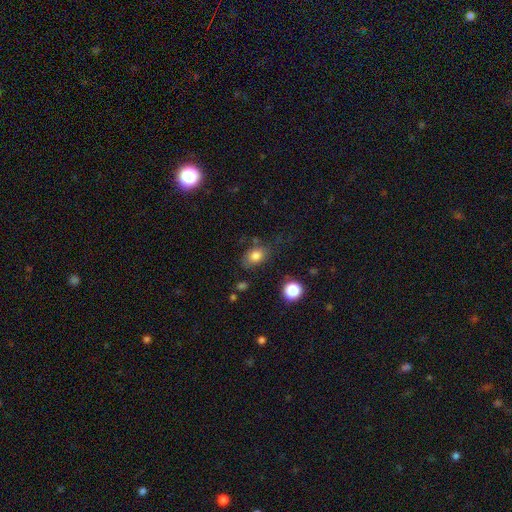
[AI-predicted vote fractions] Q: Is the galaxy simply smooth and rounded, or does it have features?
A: smooth — 79%.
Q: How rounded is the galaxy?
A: in between — 75%.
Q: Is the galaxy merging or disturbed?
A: none — 67%.